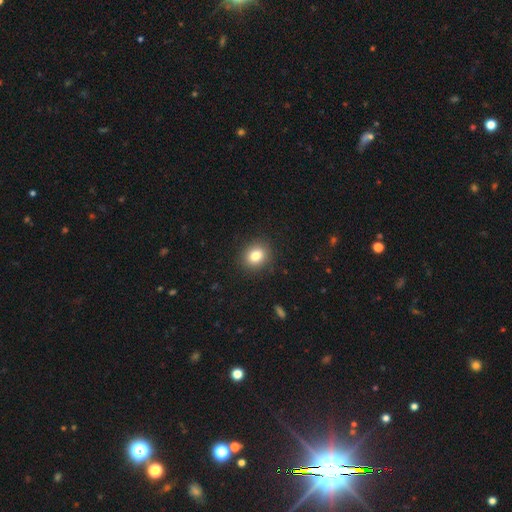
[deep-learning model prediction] This is clearly a smooth galaxy (82%). How rounded: likely round (62%). Merging: clearly none (89%).